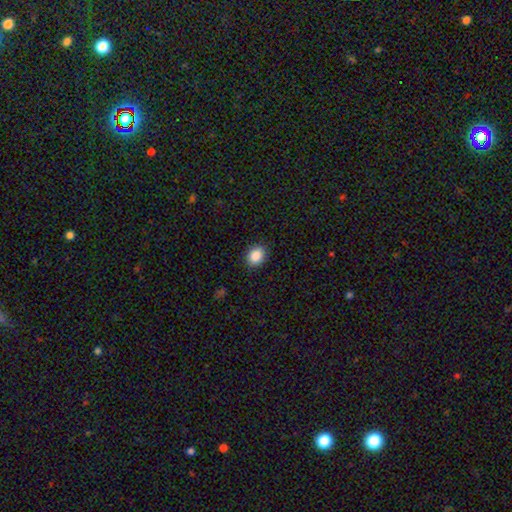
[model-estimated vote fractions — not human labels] The model was most divided on "how rounded": in between: 65%, round: 34%, cigar-shaped: 1%. More confident: smooth or featured — smooth (88%); merging — none (88%).